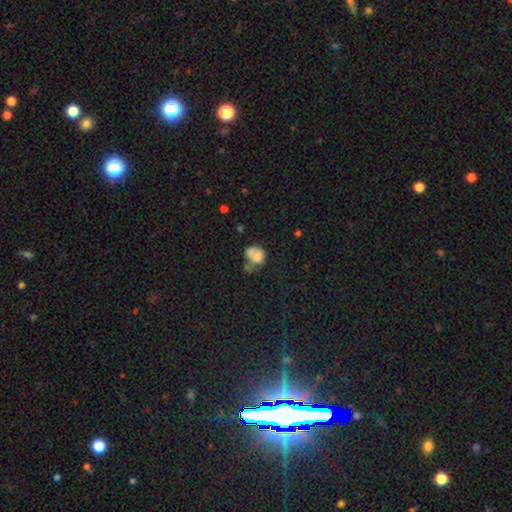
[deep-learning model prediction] Smooth or featured: smooth — 69% (featured or disk — 20%)
How rounded: round — 56% (in between — 43%)
Merging: merger — 39% (none — 24%)